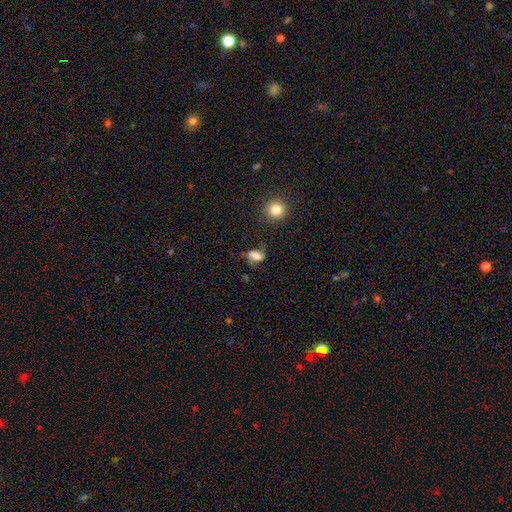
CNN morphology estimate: smooth 55%, featured or disk 32%, star or artifact 13%. Down the decision tree: how rounded — in between (77%); merging — none (55%).